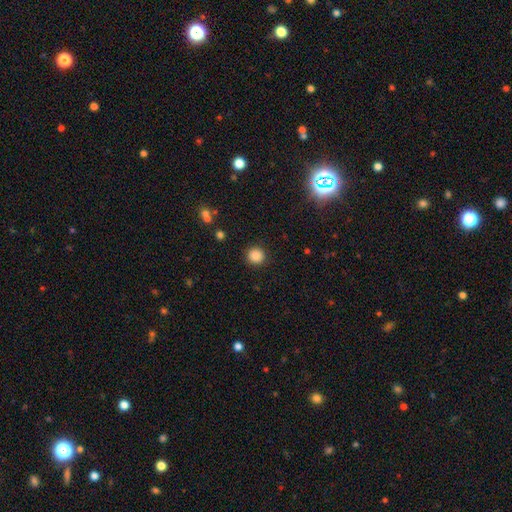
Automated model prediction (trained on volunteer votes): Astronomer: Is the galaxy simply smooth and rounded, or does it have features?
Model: smooth — 87%.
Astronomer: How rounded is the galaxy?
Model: round — 93%.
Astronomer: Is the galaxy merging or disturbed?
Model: none — 91%.